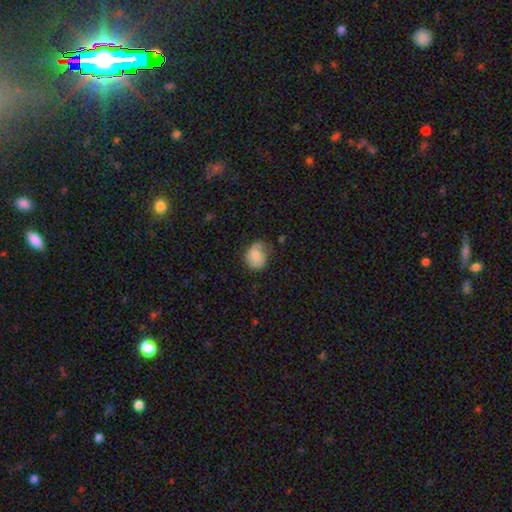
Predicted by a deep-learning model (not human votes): Smooth or featured? smooth (75%)
How rounded? round (53%)
Merging? none (49%)